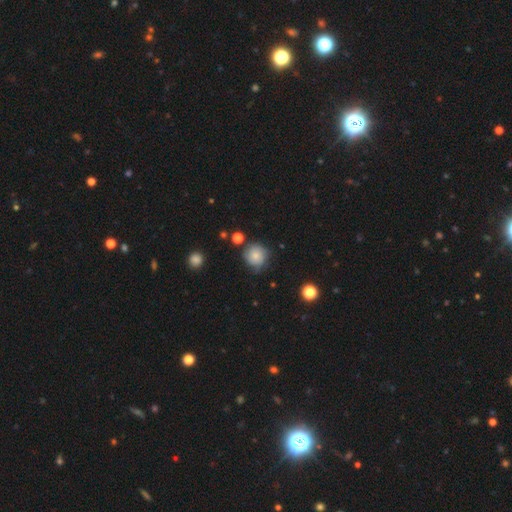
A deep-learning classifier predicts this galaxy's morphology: Smooth or featured? Predicted: smooth (p=0.68). How rounded? Predicted: round (p=0.90). Merging? Predicted: none (p=0.67).